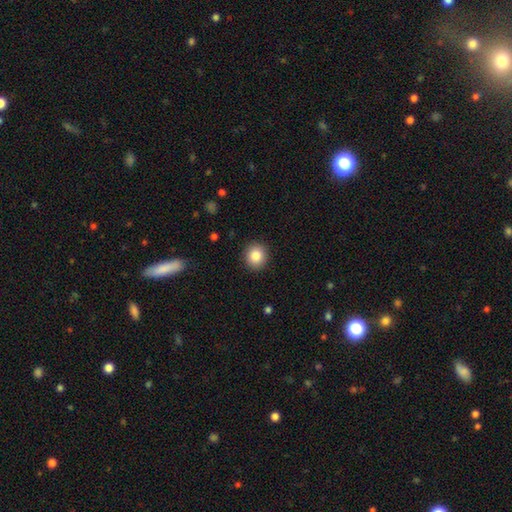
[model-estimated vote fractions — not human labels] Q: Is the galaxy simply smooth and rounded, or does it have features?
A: smooth — 85%.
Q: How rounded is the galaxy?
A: round — 87%.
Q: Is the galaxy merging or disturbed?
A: none — 91%.